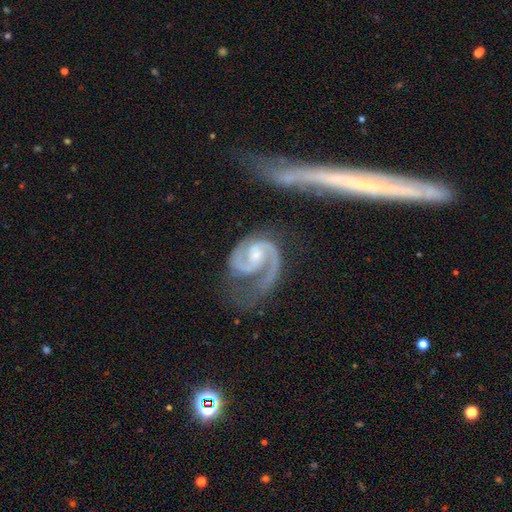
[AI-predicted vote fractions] Smooth or featured: featured or disk — 93% (star or artifact — 4%)
Edge-on disk: no — 98% (yes — 2%)
Bar: weak — 43% (tied with no — 43%)
Spiral arms: yes — 98% (no — 2%)
Spiral winding: medium — 58% (tight — 29%)
Spiral arm count: 2 — 87% (1 — 8%)
Bulge size: small — 58% (moderate — 33%)
Merging: none — 48% (minor disturbance — 22%)